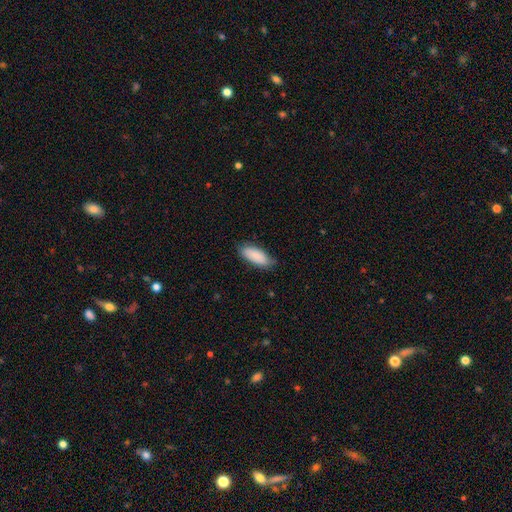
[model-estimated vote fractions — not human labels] Q: Smooth or featured?
A: smooth (88%); runner-up: featured or disk (7%)
Q: How rounded?
A: in between (79%); runner-up: cigar-shaped (20%)
Q: Merging?
A: none (75%); runner-up: minor disturbance (21%)